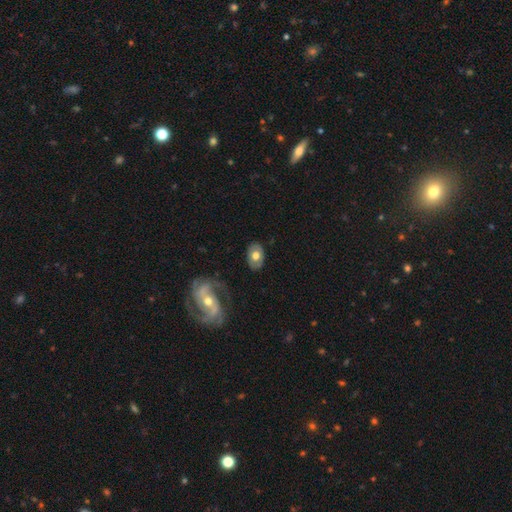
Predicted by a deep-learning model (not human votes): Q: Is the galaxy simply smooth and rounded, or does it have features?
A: smooth — 54%.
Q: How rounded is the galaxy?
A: in between — 81%.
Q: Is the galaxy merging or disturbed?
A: none — 80%.